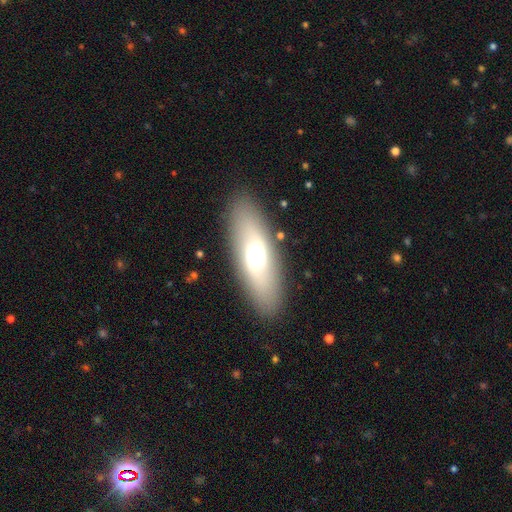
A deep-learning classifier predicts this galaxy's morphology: Smooth or featured? Predicted: smooth (p=0.56). How rounded? Predicted: in between (p=0.70). Merging? Predicted: none (p=0.87).